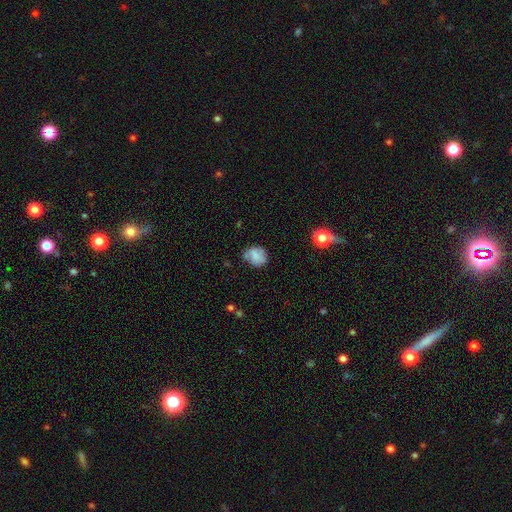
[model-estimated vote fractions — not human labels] A smooth galaxy with no disk features (64%) that is round (64%).

Vote fractions:
- Smooth or featured? smooth: 64% / featured or disk: 26% / star or artifact: 10%
- How rounded? round: 64% / in between: 34% / cigar-shaped: 1%
- Merging? none: 58% / minor disturbance: 27% / major disturbance: 10% / merger: 6%